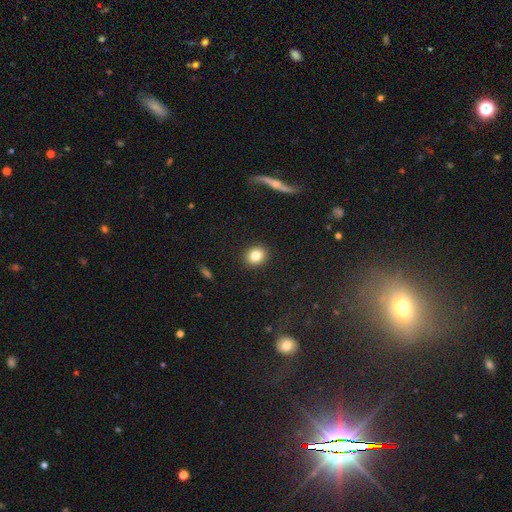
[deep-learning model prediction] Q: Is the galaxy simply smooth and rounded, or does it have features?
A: smooth — 83%.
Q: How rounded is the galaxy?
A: round — 73%.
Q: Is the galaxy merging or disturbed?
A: none — 91%.